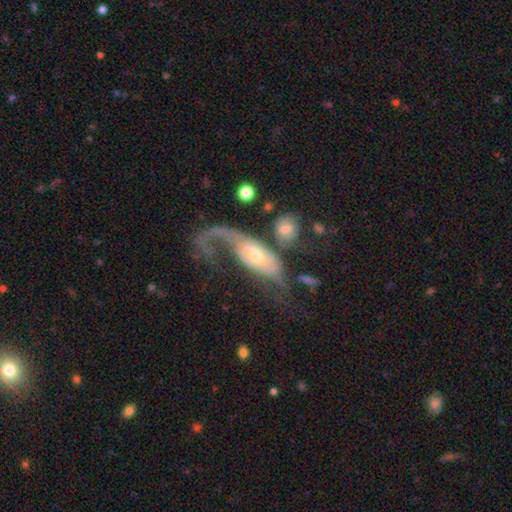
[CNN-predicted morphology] Overall: featured or disk (76%). Edge-on disk: no (91%). Bar: no (55%; weak 34%). Spiral arms: yes (83%). Spiral arm count: 1 (58%; 2 27%). Spiral winding: loose (60%; medium 26%). Bulge size: moderate (57%; small 35%). Merging: major disturbance (53%; none 21%).